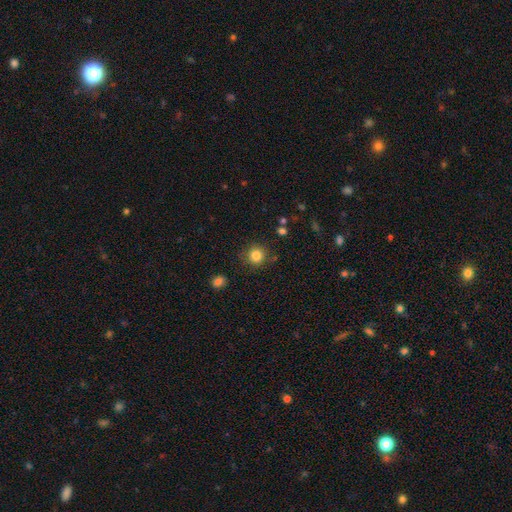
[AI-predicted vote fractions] A smooth galaxy with no disk features (83%) that is round (91%). Merging: none (83%).